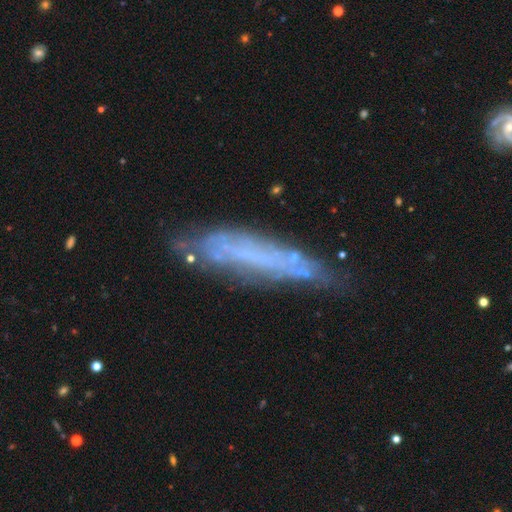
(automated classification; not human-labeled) Smooth or featured: featured or disk — 56% (smooth — 33%)
Edge-on disk: yes — 51% (no — 49%)
Merging: none — 63% (minor disturbance — 24%)